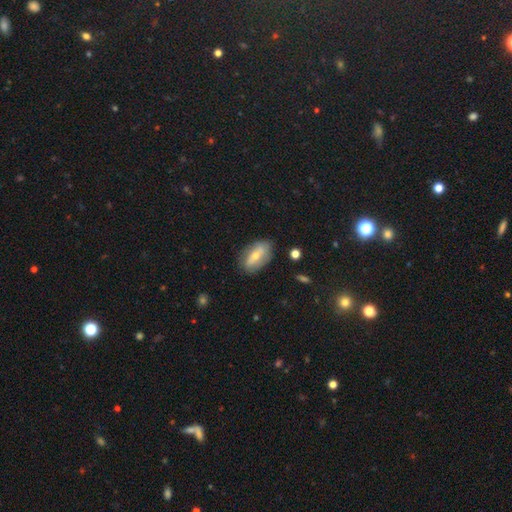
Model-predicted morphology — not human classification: The model was most divided on "smooth or featured": smooth: 49%, featured or disk: 43%, star or artifact: 7%. More confident: merging — none (77%).